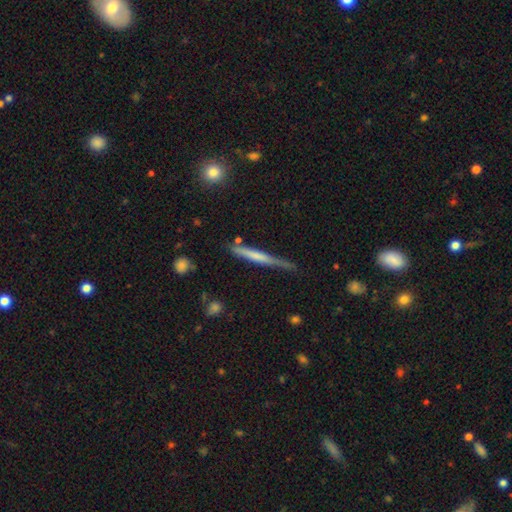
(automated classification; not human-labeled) Overall: smooth (50%; featured or disk 44%). Merging: none (66%).